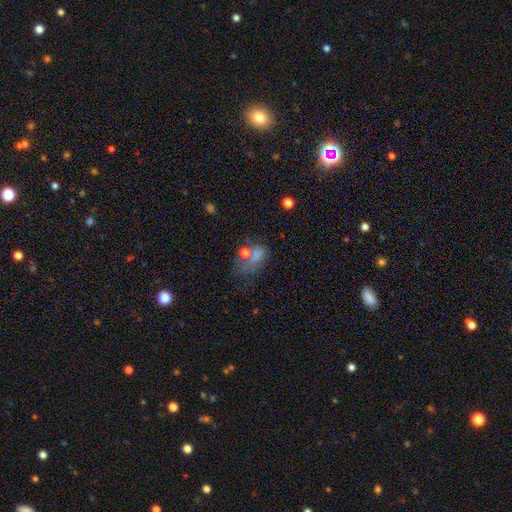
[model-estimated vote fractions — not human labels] Smooth or featured? Predicted: smooth (p=0.58). How rounded? Predicted: in between (p=0.75). Merging? Predicted: none (p=0.32).